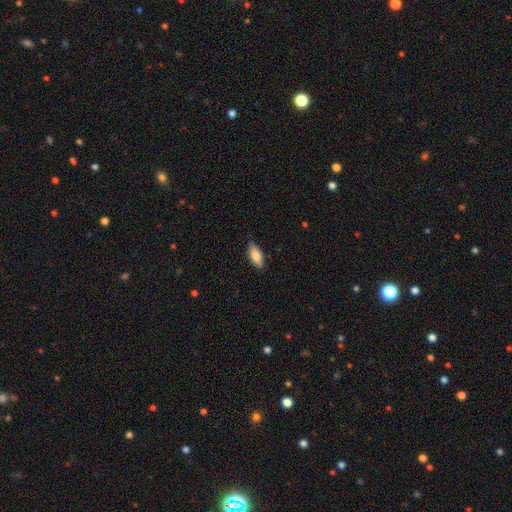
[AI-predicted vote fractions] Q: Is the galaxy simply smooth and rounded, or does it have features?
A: smooth — 81%.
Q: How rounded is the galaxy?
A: in between — 84%.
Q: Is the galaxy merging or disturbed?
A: none — 79%.